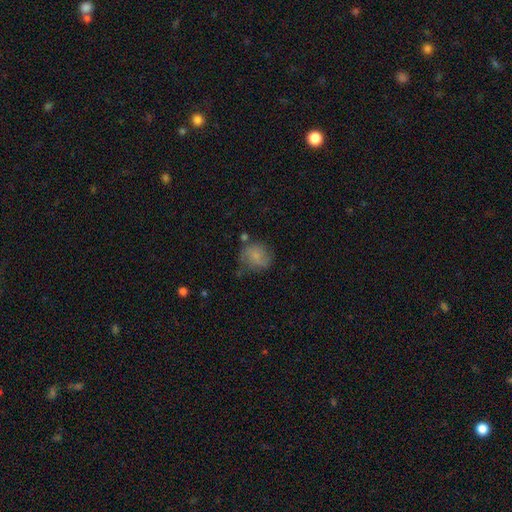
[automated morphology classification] smooth_or_featured: smooth (p=0.71) [alt: featured or disk p=0.19]
how_rounded: round (p=0.77) [alt: in between p=0.22]
merging: none (p=0.56) [alt: minor disturbance p=0.26]